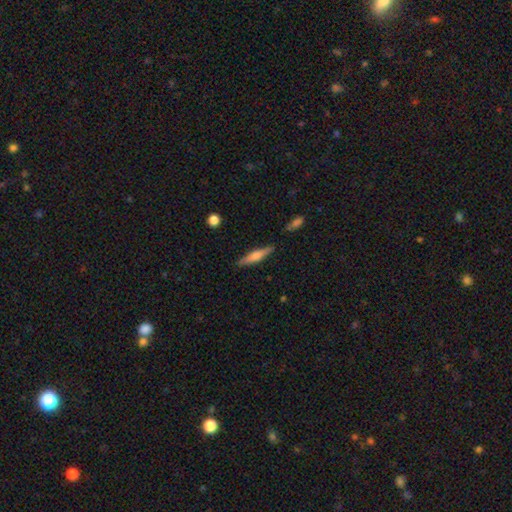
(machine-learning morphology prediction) Smooth or featured: featured or disk — 52% (smooth — 42%)
Edge-on disk: yes — 96% (no — 4%)
Merging: none — 87% (minor disturbance — 9%)